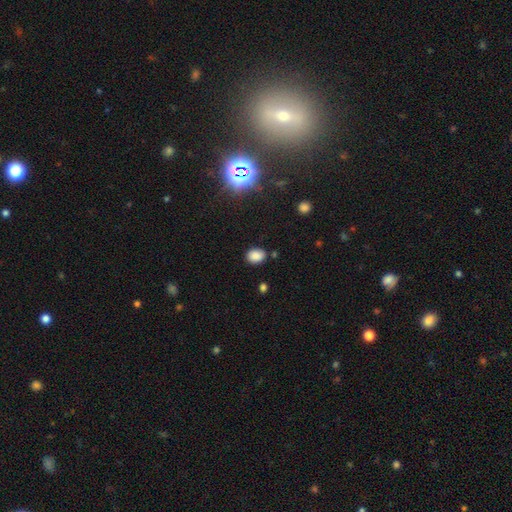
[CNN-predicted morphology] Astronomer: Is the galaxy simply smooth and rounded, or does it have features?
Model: smooth — 84%.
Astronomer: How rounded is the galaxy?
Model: in between — 68%.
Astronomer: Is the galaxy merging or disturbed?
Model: none — 82%.